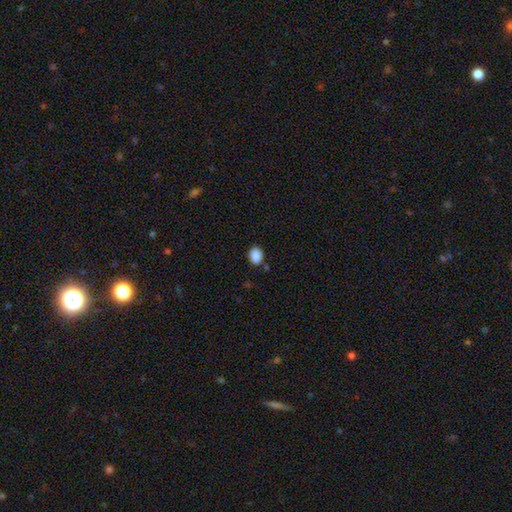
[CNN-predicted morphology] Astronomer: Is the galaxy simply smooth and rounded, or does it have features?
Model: smooth — 88%.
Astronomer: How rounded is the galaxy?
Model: in between — 57% (runner-up: round, 42%).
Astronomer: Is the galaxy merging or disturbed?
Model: none — 79%.